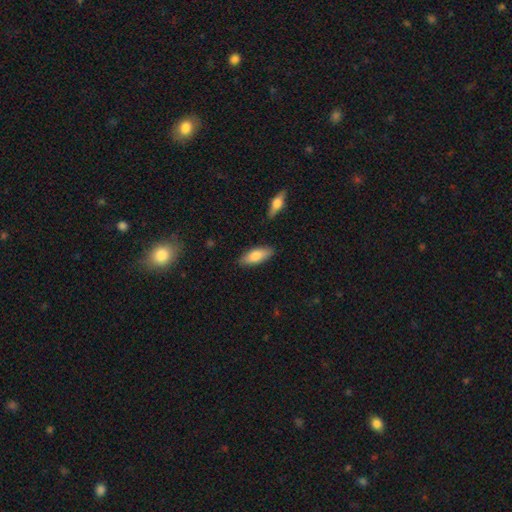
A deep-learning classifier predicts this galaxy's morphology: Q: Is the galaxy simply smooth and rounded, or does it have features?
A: smooth — 77%.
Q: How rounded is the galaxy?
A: in between — 73%.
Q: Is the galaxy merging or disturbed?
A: none — 84%.